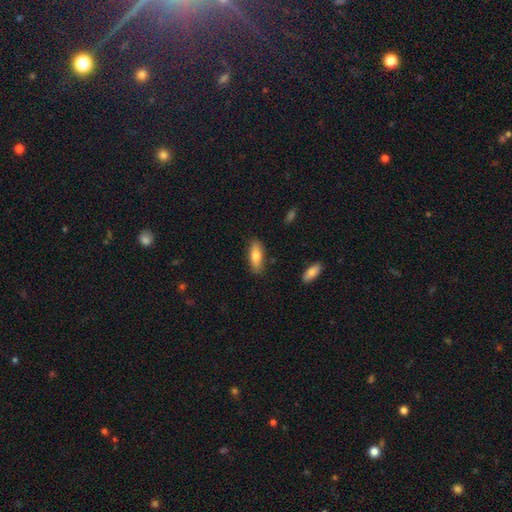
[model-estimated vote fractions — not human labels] smooth 75%, featured or disk 19%, star or artifact 6%. Down the decision tree: how rounded — in between (60%); merging — none (85%).